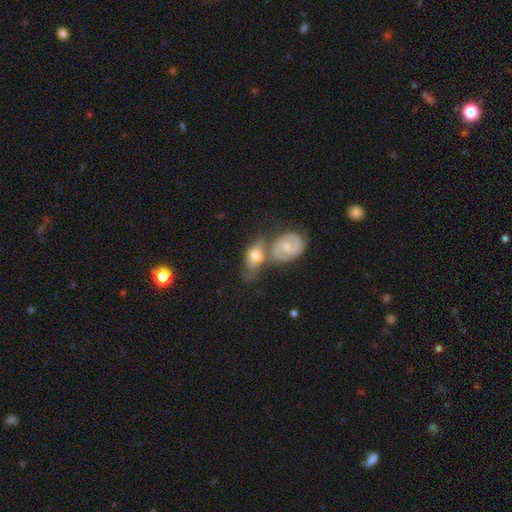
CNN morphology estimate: Smooth or featured? featured or disk (56%)
Edge-on disk? no (90%)
Bar? no (54%)
Spiral arms? yes (80%)
Bulge size? moderate (51%)
Merging? merger (48%)